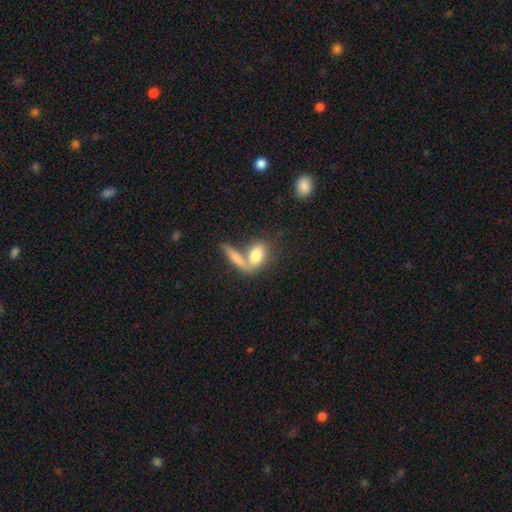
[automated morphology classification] This appears to be a smooth galaxy with no disk features (77%) that is in between round and cigar-shaped (75%). Merging: merger (49%).